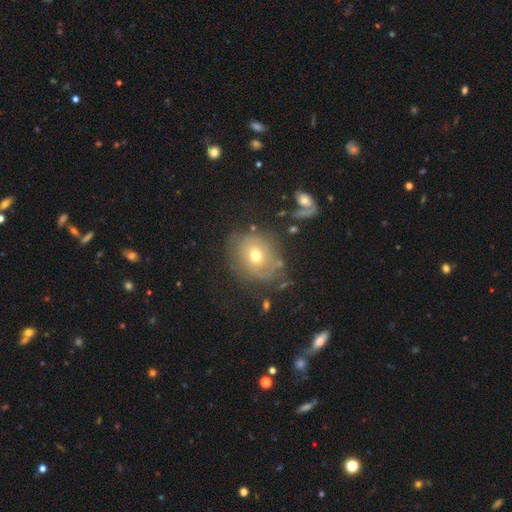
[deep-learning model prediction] smooth-or-featured: smooth: 47% | featured or disk: 42% | star or artifact: 11%
  merging: none: 66% | minor disturbance: 20% | major disturbance: 11% | merger: 4%